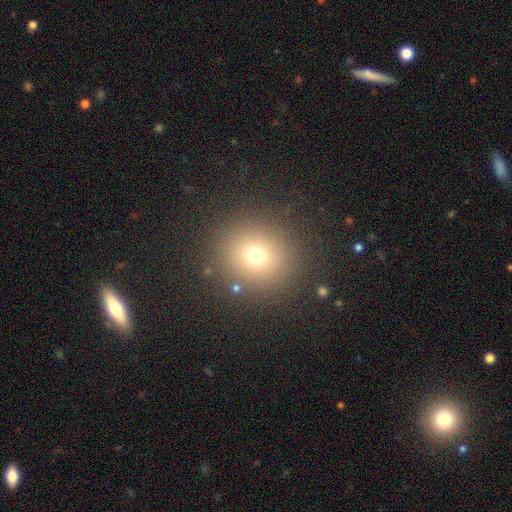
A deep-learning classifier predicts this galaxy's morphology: smooth 71%, star or artifact 20%, featured or disk 10%. Down the decision tree: how rounded — round (90%); merging — none (87%).